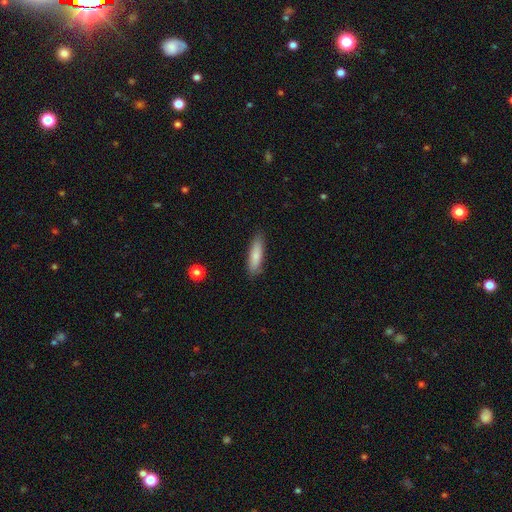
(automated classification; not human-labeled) smooth_or_featured: smooth (p=0.81) [alt: featured or disk p=0.13]
how_rounded: cigar-shaped (p=0.61) [alt: in between p=0.37]
merging: none (p=0.83) [alt: minor disturbance p=0.13]